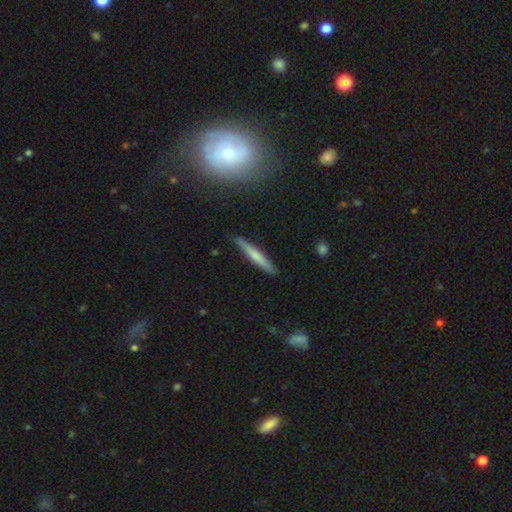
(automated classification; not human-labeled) Overall: smooth (59%; featured or disk 35%). How rounded: cigar-shaped (94%). Merging: none (87%).